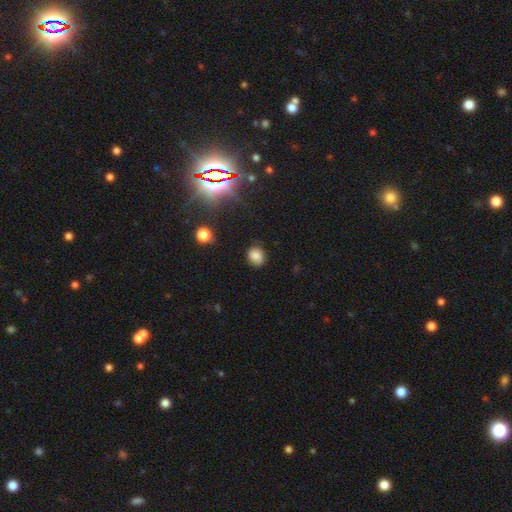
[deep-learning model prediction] Overall: smooth (79%). How rounded: round (58%; in between 41%). Merging: none (76%).